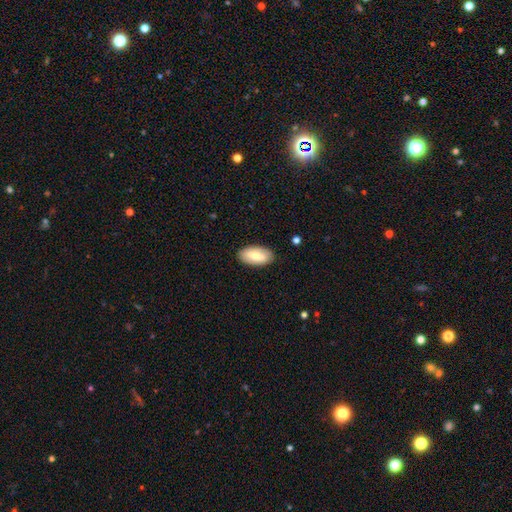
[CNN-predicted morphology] A smooth galaxy with no disk features (67%) that is in between round and cigar-shaped (93%). Merging: none (87%).